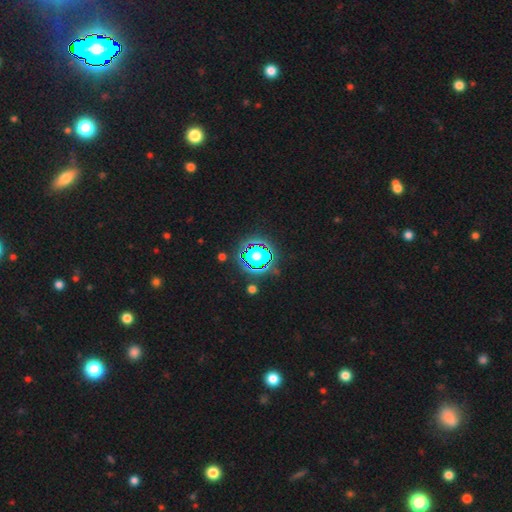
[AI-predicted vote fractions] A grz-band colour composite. It shows a star or artifact, not a galaxy (58%).